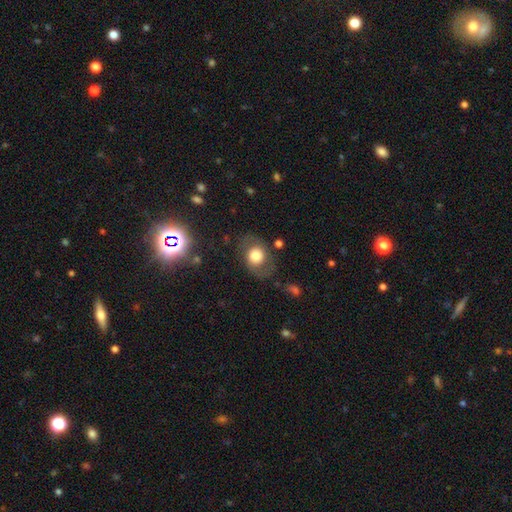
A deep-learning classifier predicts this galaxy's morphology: Smooth or featured? smooth (56%)
How rounded? round (55%)
Merging? none (70%)